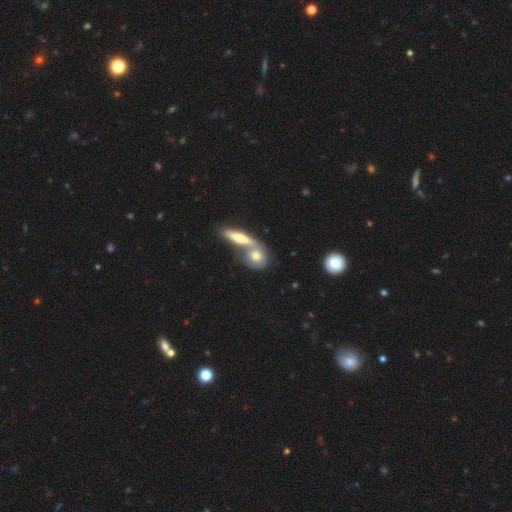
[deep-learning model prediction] This is likely a smooth galaxy (64%). How rounded: possibly round (51%). Merging: possibly merger (51%).